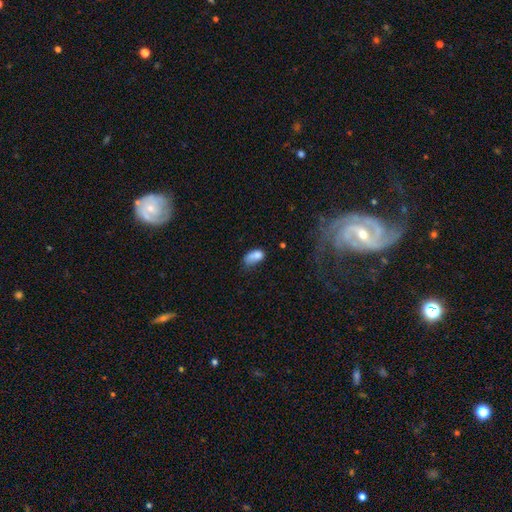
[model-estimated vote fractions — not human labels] Morphology: type=smooth (75%); roundness=in between (89%); merging=minor disturbance (31%).